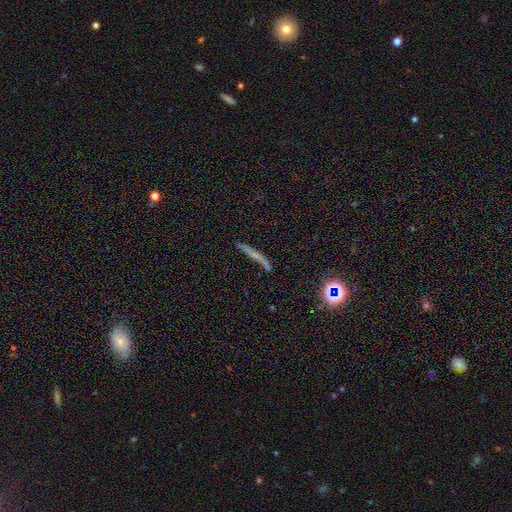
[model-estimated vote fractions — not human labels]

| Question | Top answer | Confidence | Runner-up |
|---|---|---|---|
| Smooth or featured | featured or disk | 41% | smooth (40%) |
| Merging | none | 71% | minor disturbance (19%) |